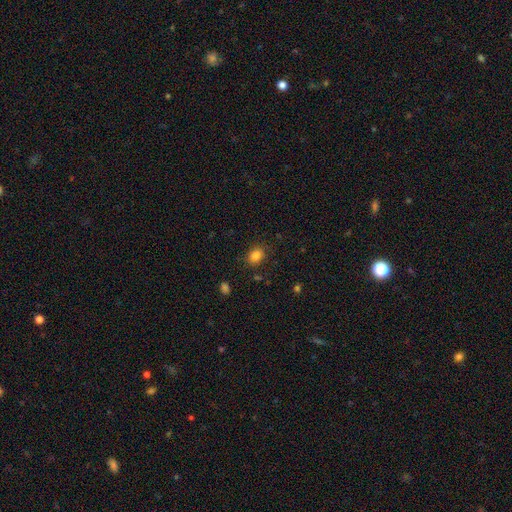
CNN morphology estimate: A smooth galaxy with no disk features (83%) that is in between round and cigar-shaped (50%).

Vote fractions:
- Smooth or featured? smooth: 83% / star or artifact: 12% / featured or disk: 5%
- How rounded? in between: 50% / round: 49% / cigar-shaped: 1%
- Merging? none: 84% / minor disturbance: 11% / major disturbance: 4% / merger: 2%